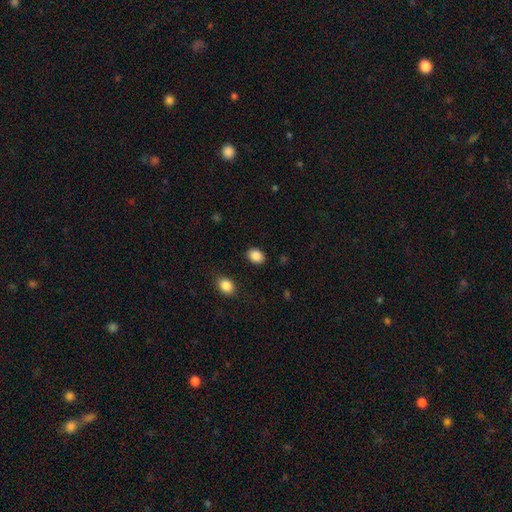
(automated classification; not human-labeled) Smooth or featured? smooth (88%)
How rounded? in between (63%)
Merging? none (87%)